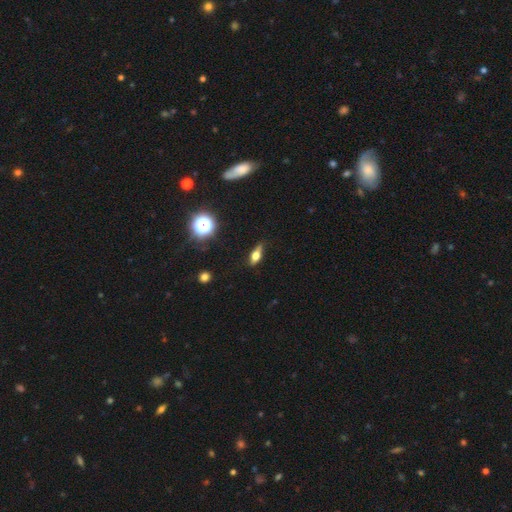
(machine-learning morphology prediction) Smooth or featured? Predicted: smooth (p=0.52). How rounded? Predicted: in between (p=0.59). Merging? Predicted: none (p=0.74).